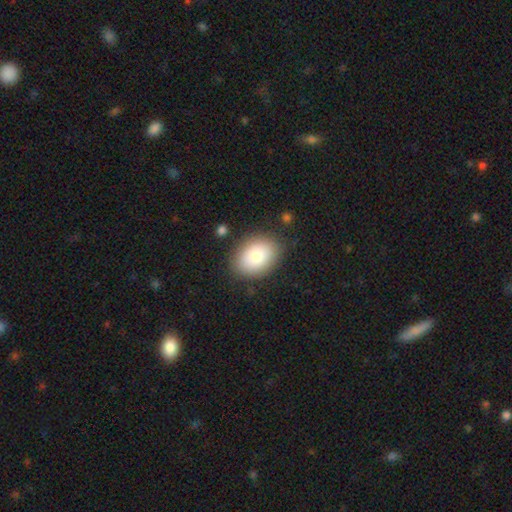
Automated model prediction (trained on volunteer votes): Smooth or featured? Predicted: smooth (p=0.81). How rounded? Predicted: in between (p=0.74). Merging? Predicted: none (p=0.82).